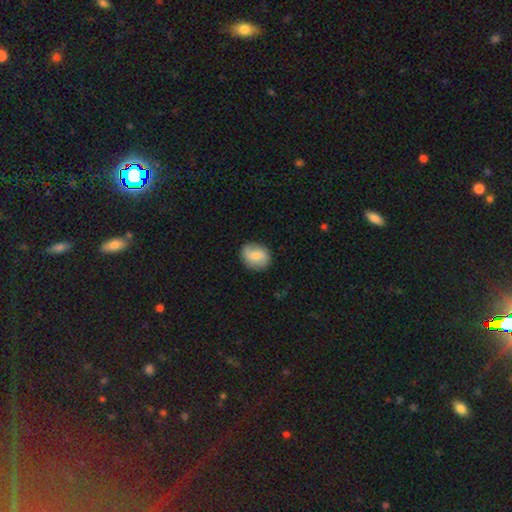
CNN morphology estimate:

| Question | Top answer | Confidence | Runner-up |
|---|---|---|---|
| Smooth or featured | smooth | 69% | featured or disk (23%) |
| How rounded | round | 64% | in between (35%) |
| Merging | none | 79% | minor disturbance (16%) |